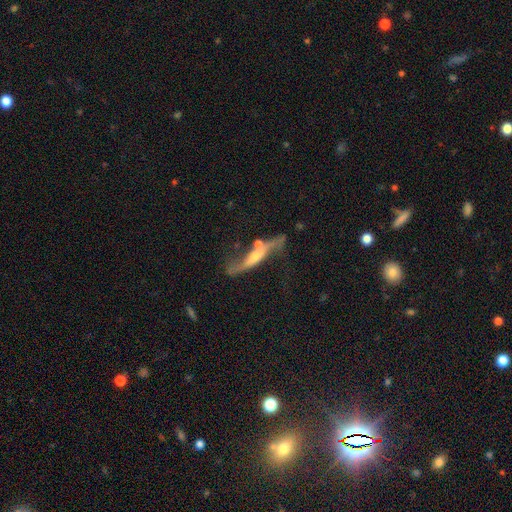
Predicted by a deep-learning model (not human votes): This is likely a featured or disk galaxy (75%). It is possibly viewed edge-on (53%). Merging: possibly none (49%).